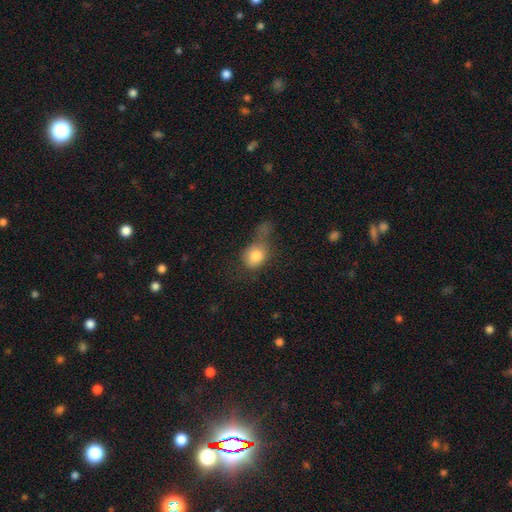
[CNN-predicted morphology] Overall: smooth (78%). How rounded: round (50%; in between 48%). Merging: major disturbance (35%; none 25%).